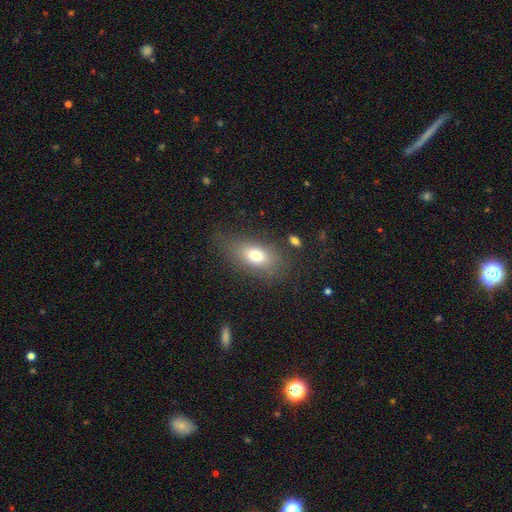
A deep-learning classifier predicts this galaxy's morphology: A smooth galaxy with no disk features (73%) that is in between round and cigar-shaped (83%).

Vote fractions:
- Smooth or featured? smooth: 73% / featured or disk: 16% / star or artifact: 11%
- How rounded? in between: 83% / round: 12% / cigar-shaped: 5%
- Merging? none: 71% / minor disturbance: 17% / major disturbance: 9% / merger: 3%